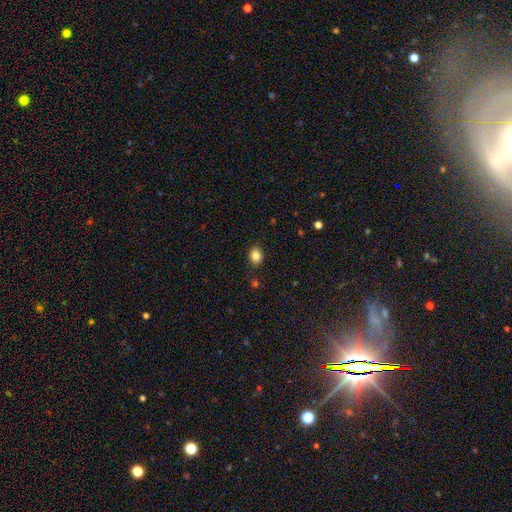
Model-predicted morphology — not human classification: Overall: smooth (83%). How rounded: in between (54%; round 45%). Merging: none (87%).